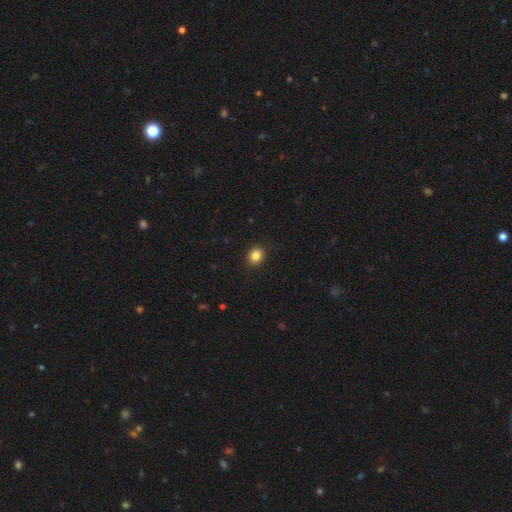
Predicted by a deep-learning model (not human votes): Smooth or featured?
  - smooth: 84% *
  - star or artifact: 11%
  - featured or disk: 5%
How rounded?
  - round: 72% *
  - in between: 27%
  - cigar-shaped: 1%
Merging?
  - none: 92% *
  - minor disturbance: 6%
  - major disturbance: 2%
  - merger: 1%